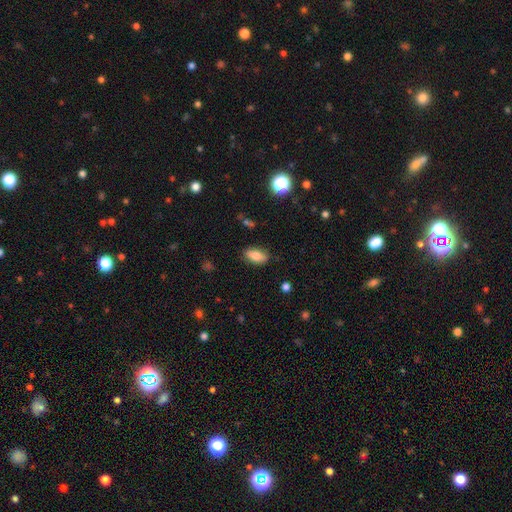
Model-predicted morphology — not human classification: A smooth galaxy with no disk features (79%) that is in between round and cigar-shaped (87%).

Vote fractions:
- Smooth or featured? smooth: 79% / featured or disk: 12% / star or artifact: 9%
- How rounded? in between: 87% / cigar-shaped: 8% / round: 5%
- Merging? none: 84% / minor disturbance: 12% / major disturbance: 3% / merger: 1%